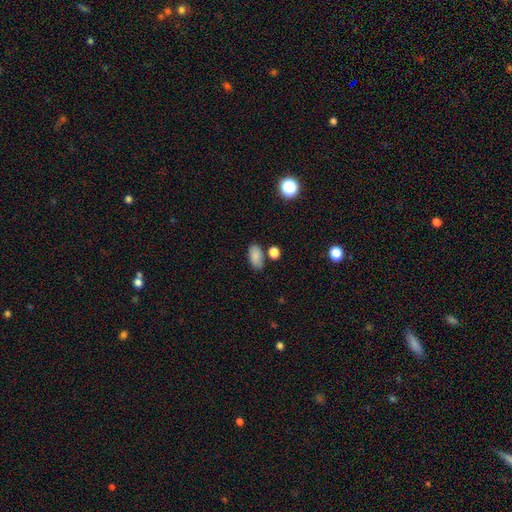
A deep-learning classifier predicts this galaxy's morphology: The model was most divided on "merging": none: 73%, minor disturbance: 14%, merger: 9%, major disturbance: 4%. More confident: how rounded — in between (92%); smooth or featured — smooth (85%).